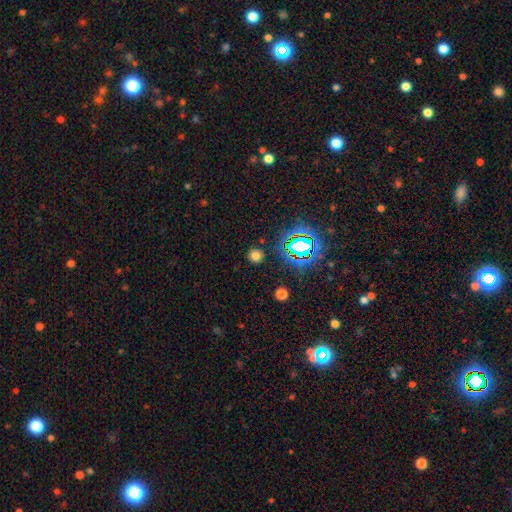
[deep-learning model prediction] The model was most divided on "smooth or featured": smooth: 68%, star or artifact: 26%, featured or disk: 6%. More confident: how rounded — round (89%); merging — none (88%).